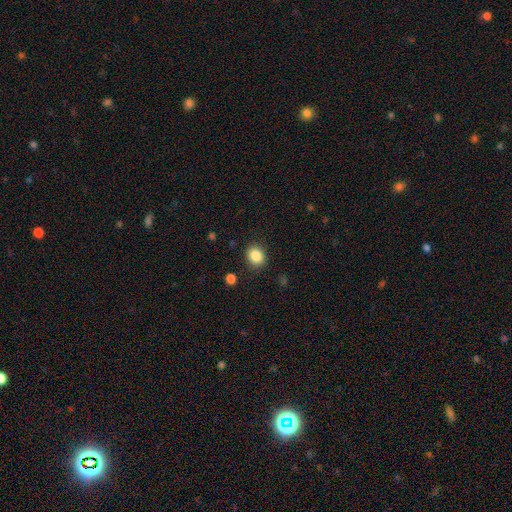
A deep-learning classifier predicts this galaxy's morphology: smooth 86%, star or artifact 10%, featured or disk 4%. Down the decision tree: how rounded — round (68%); merging — none (86%).